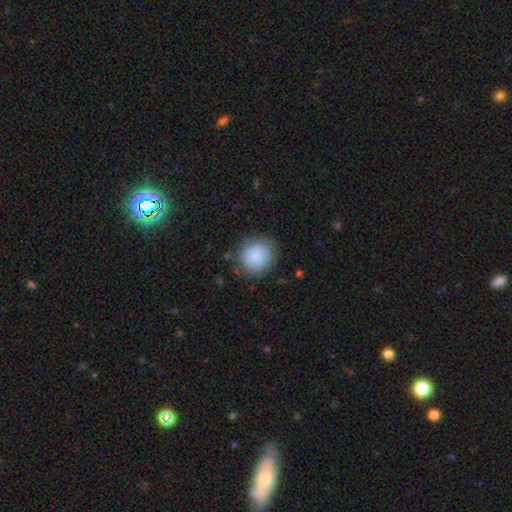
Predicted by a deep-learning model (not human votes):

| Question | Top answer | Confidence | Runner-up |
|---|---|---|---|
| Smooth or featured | smooth | 83% | featured or disk (9%) |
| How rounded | round | 86% | in between (14%) |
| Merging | none | 73% | minor disturbance (18%) |